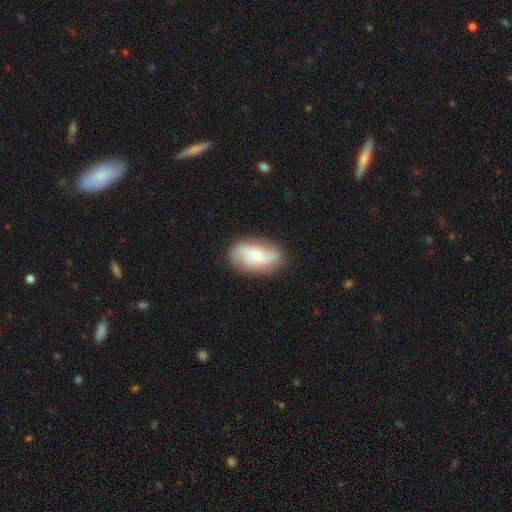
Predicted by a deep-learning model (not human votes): smooth-or-featured: featured or disk: 51% | smooth: 42% | star or artifact: 8%
  disk-edge-on: no: 95% | yes: 5%
  merging: none: 76% | minor disturbance: 16% | major disturbance: 6% | merger: 2%